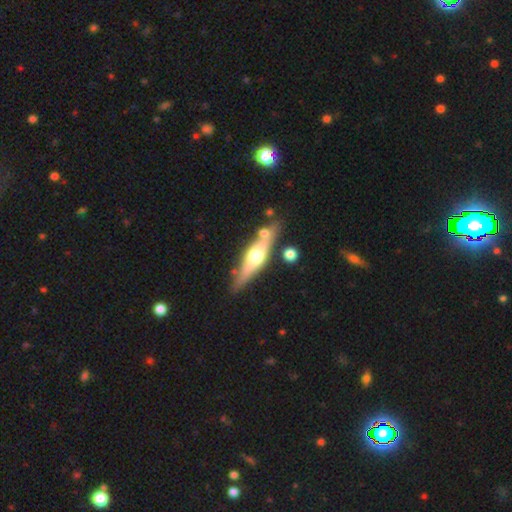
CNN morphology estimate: This is likely a featured or disk galaxy (63%). It is clearly viewed edge-on (93%). Edge-on bulge: clearly rounded (91%). Merging: likely none (77%).